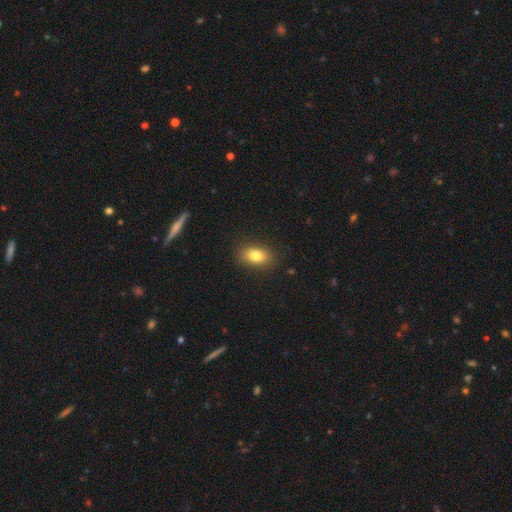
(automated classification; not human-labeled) smooth_or_featured: smooth (p=0.81) [alt: featured or disk p=0.10]
how_rounded: in between (p=0.82) [alt: round p=0.14]
merging: none (p=0.85) [alt: minor disturbance p=0.11]